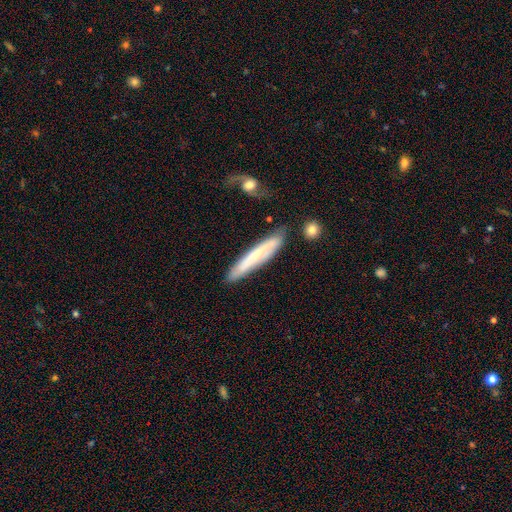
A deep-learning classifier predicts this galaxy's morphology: A smooth galaxy with no disk features (52%) that is cigar-shaped (92%).

Vote fractions:
- Smooth or featured? smooth: 52% / featured or disk: 41% / star or artifact: 6%
- How rounded? cigar-shaped: 92% / in between: 7% / round: 1%
- Merging? none: 78% / minor disturbance: 14% / merger: 4% / major disturbance: 3%